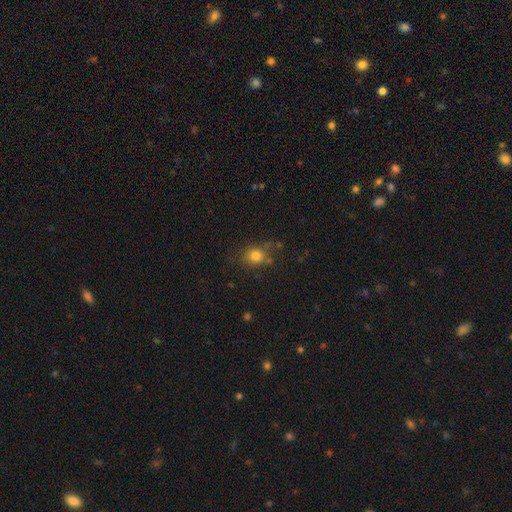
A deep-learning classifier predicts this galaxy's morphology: Smooth or featured? Predicted: smooth (p=0.79). How rounded? Predicted: round (p=0.76). Merging? Predicted: none (p=0.72).